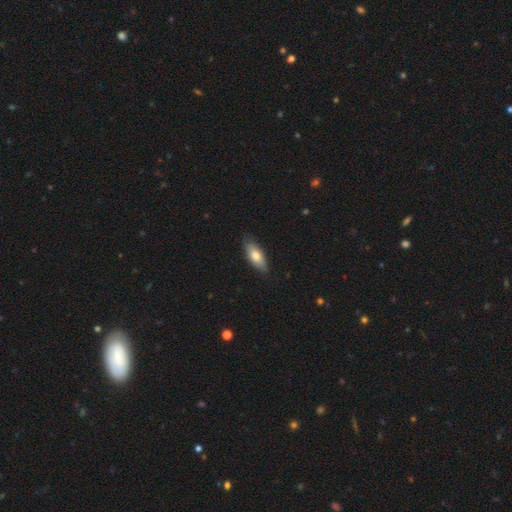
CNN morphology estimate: smooth_or_featured: smooth (p=0.72) [alt: featured or disk p=0.22]
how_rounded: in between (p=0.75) [alt: cigar-shaped p=0.23]
merging: none (p=0.83) [alt: minor disturbance p=0.14]